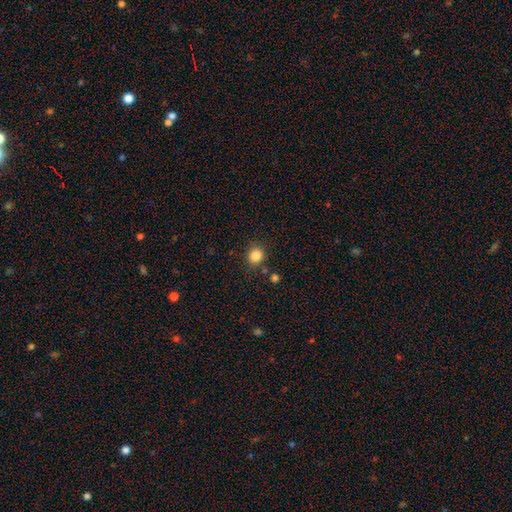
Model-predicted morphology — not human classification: This appears to be a smooth galaxy with no disk features (84%) that is round (85%). Merging: none (83%).